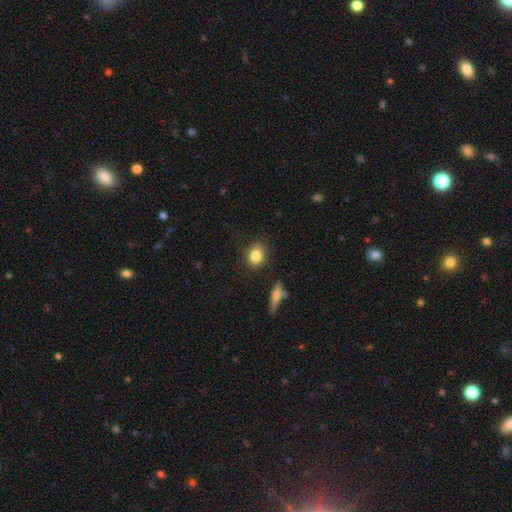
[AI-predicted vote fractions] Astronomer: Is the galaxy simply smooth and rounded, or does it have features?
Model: smooth — 83%.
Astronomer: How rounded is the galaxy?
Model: round — 56% (runner-up: in between, 41%).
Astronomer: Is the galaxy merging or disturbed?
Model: none — 81%.